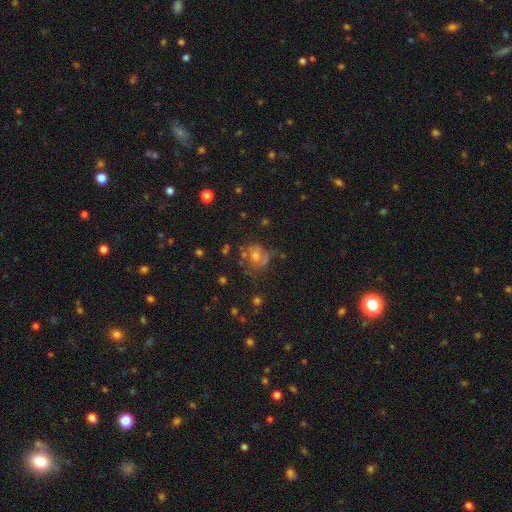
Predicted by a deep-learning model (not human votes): smooth-or-featured: smooth: 49% | featured or disk: 34% | star or artifact: 17%
  merging: none: 42% | minor disturbance: 23% | major disturbance: 23% | merger: 12%